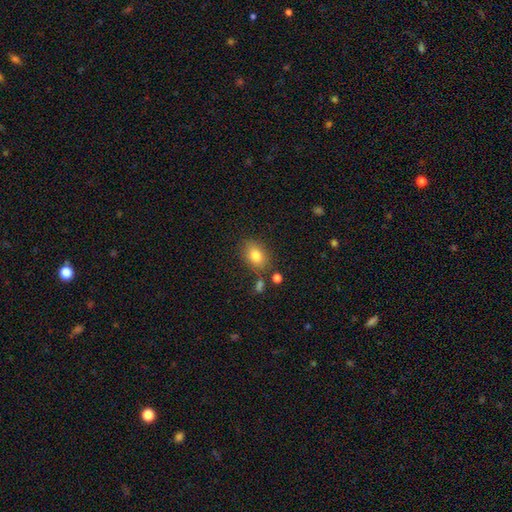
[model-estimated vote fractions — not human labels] smooth 80%, featured or disk 10%, star or artifact 10%. Down the decision tree: how rounded — in between (72%); merging — none (77%).